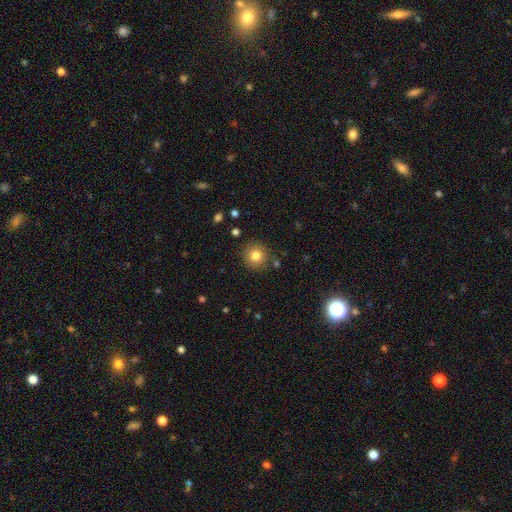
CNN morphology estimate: This appears to be a smooth galaxy with no disk features (81%) that is round (92%). Merging: none (86%).